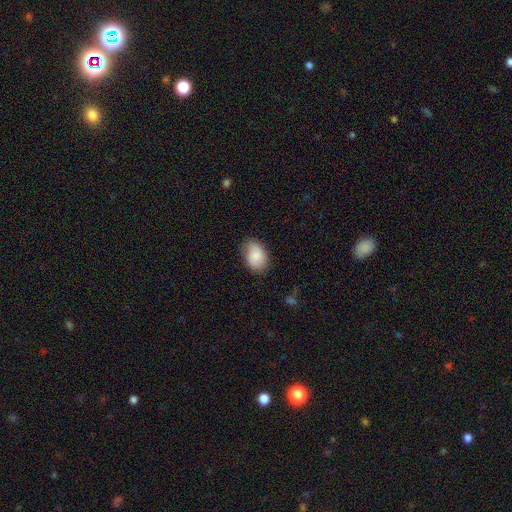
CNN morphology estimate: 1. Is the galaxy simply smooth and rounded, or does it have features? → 84% smooth, 9% featured or disk, 7% star or artifact.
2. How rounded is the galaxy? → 83% in between, 16% round, 1% cigar-shaped.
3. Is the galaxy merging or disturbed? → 69% none, 24% minor disturbance, 5% major disturbance, 1% merger.